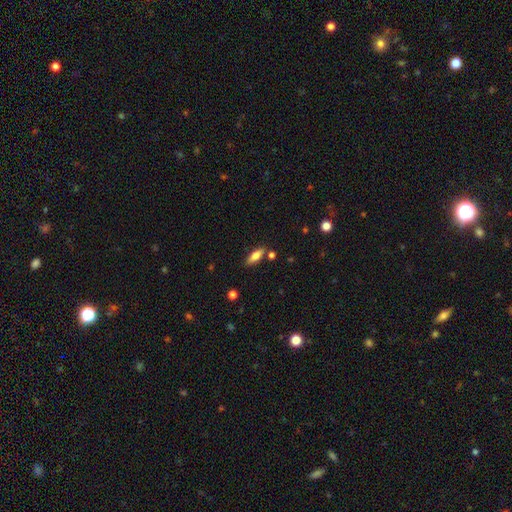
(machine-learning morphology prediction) This appears to be a smooth galaxy with no disk features (66%) that is in between round and cigar-shaped (61%). Merging: none (81%).